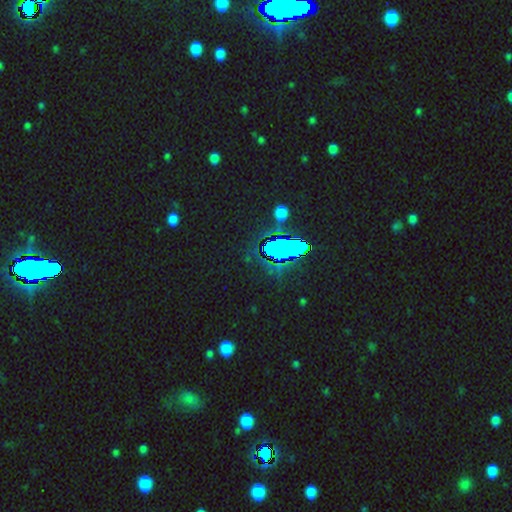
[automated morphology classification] Overall: star or artifact (81%).